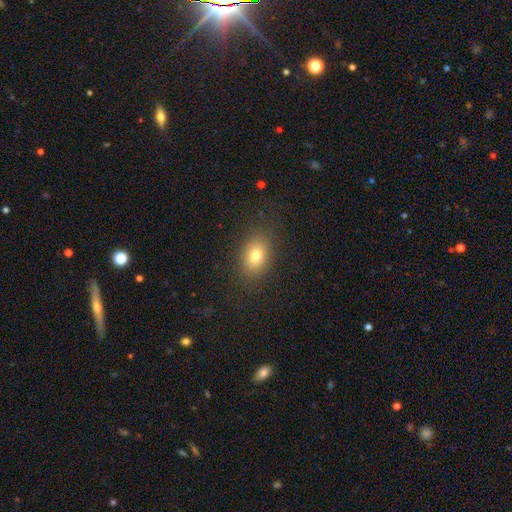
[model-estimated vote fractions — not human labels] smooth_or_featured: smooth (p=0.77) [alt: star or artifact p=0.12]
how_rounded: in between (p=0.73) [alt: round p=0.26]
merging: none (p=0.84) [alt: minor disturbance p=0.11]